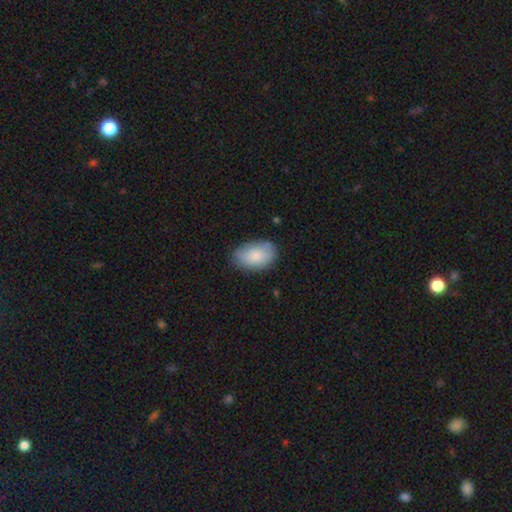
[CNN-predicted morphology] smooth-or-featured: smooth: 83% | featured or disk: 11% | star or artifact: 6%
  how-rounded: in between: 92% | round: 7% | cigar-shaped: 1%
  merging: none: 76% | minor disturbance: 19% | major disturbance: 4% | merger: 1%